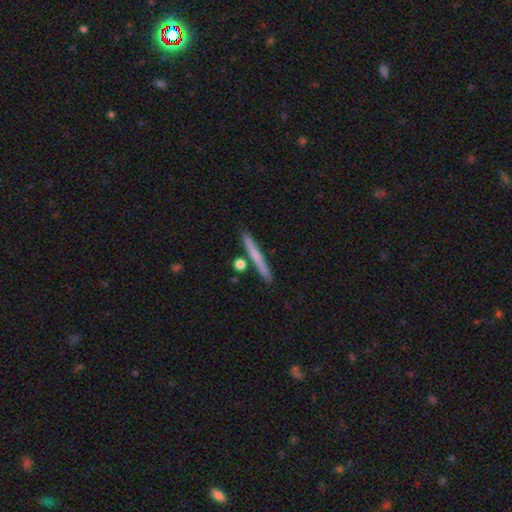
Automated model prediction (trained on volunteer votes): Smooth or featured?
  - smooth: 62% *
  - featured or disk: 32%
  - star or artifact: 6%
How rounded?
  - cigar-shaped: 95% *
  - in between: 3%
  - round: 2%
Merging?
  - none: 85% *
  - minor disturbance: 8%
  - merger: 5%
  - major disturbance: 2%